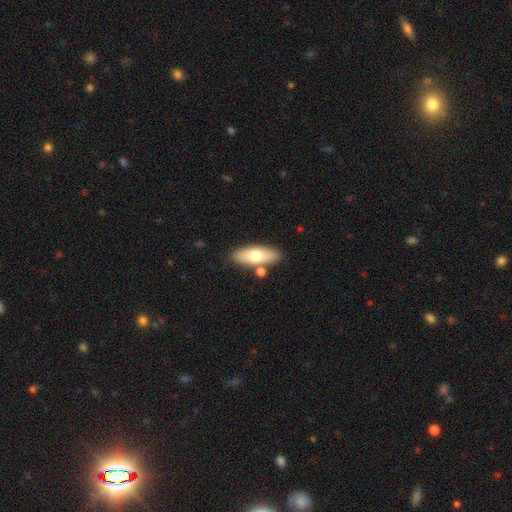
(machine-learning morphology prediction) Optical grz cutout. It shows a smooth galaxy with no disk features (67%) that is in between round and cigar-shaped (67%). Merging: none (77%).